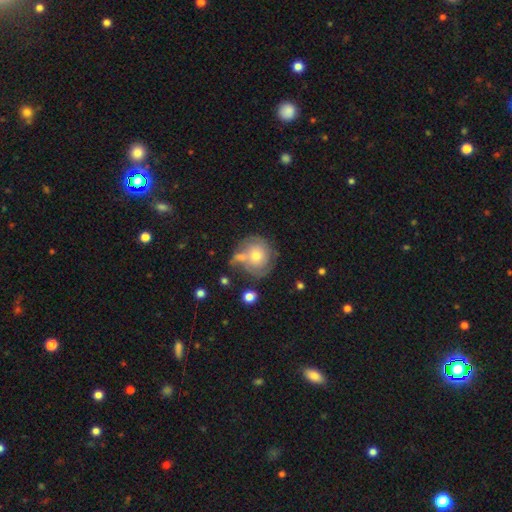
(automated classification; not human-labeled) Smooth or featured: featured or disk — 47% (smooth — 45%)
Merging: none — 50% (merger — 20%)